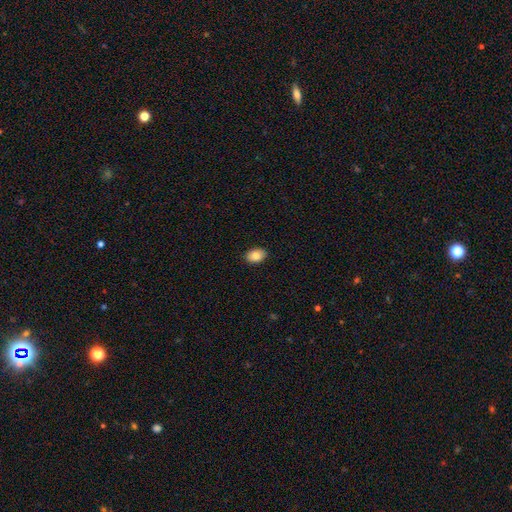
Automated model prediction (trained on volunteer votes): Overall: smooth (85%). How rounded: in between (82%). Merging: none (90%).